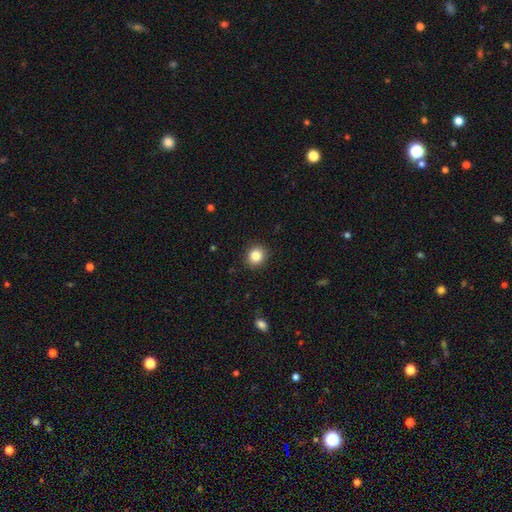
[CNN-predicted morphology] smooth-or-featured: smooth: 86% | star or artifact: 10% | featured or disk: 4%
  how-rounded: round: 82% | in between: 17% | cigar-shaped: 1%
  merging: none: 90% | minor disturbance: 7% | major disturbance: 2% | merger: 1%